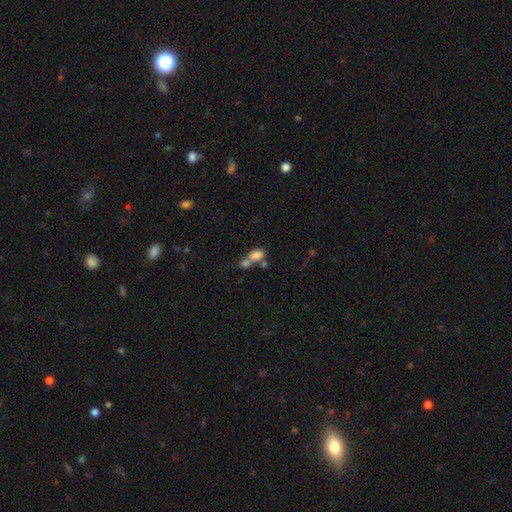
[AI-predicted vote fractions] Q: Smooth or featured?
A: smooth (74%); runner-up: featured or disk (15%)
Q: How rounded?
A: in between (79%); runner-up: round (16%)
Q: Merging?
A: merger (66%); runner-up: none (20%)